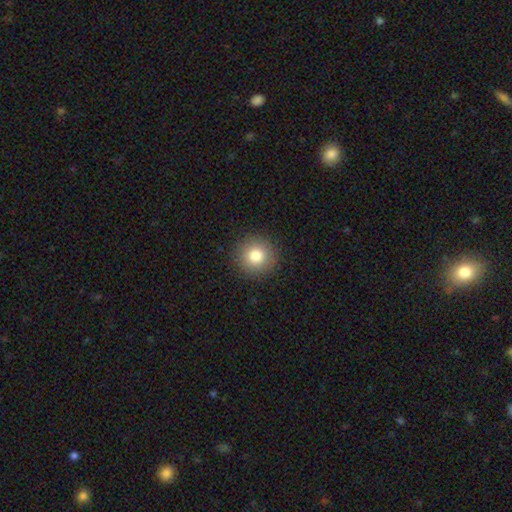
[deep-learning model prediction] A smooth galaxy with no disk features (82%) that is round (94%). Merging: none (91%).